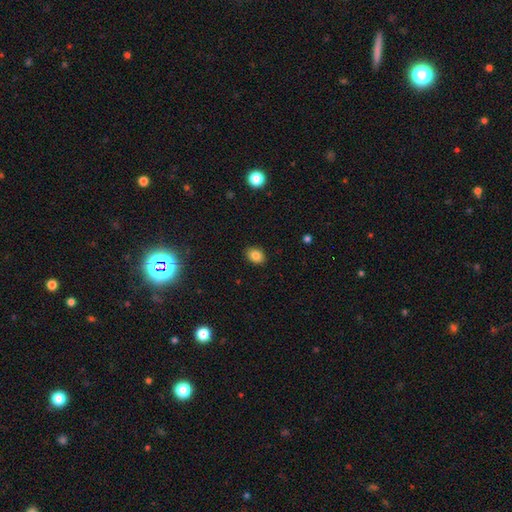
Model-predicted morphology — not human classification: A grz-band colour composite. It shows a smooth galaxy with no disk features (84%) that is in between round and cigar-shaped (69%). Merging: none (88%).